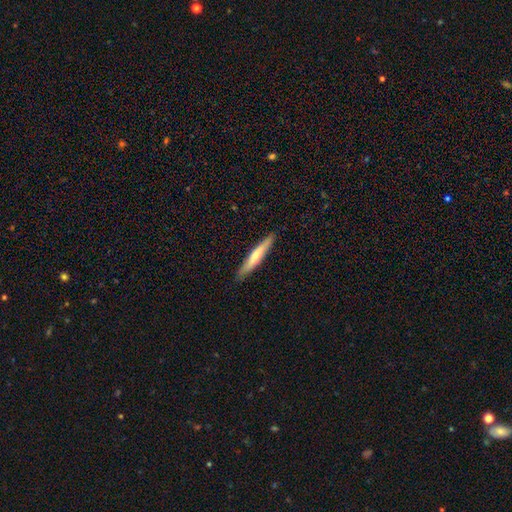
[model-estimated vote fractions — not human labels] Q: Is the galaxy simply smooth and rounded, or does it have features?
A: featured or disk — 49%.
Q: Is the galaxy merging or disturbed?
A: none — 90%.